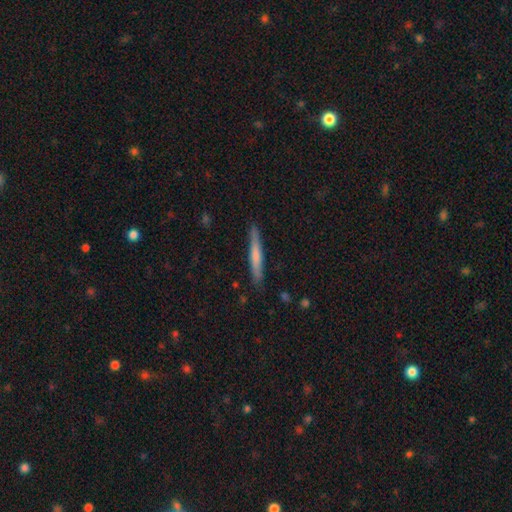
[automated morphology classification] Smooth or featured?
  - smooth: 55% *
  - featured or disk: 39%
  - star or artifact: 6%
How rounded?
  - cigar-shaped: 96% *
  - in between: 3%
  - round: 1%
Merging?
  - none: 88% *
  - minor disturbance: 9%
  - major disturbance: 2%
  - merger: 1%